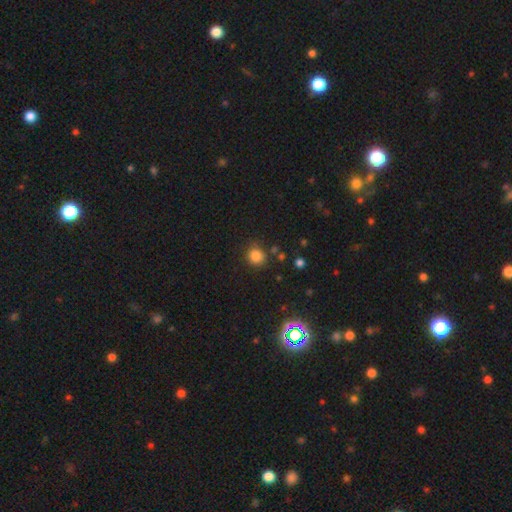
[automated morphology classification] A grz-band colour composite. It shows a smooth galaxy with no disk features (82%) that is round (88%). Merging: none (82%).